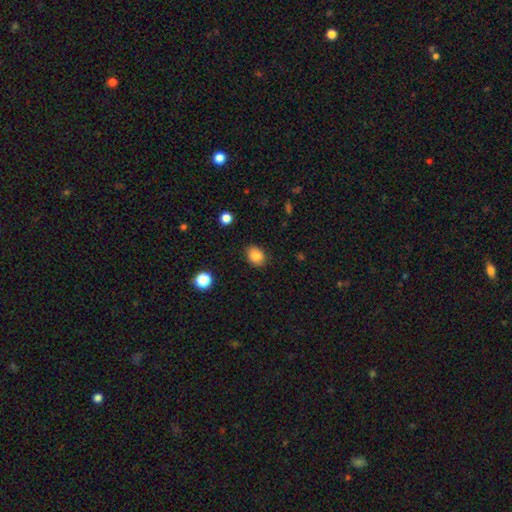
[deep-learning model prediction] smooth-or-featured: smooth: 84% | star or artifact: 10% | featured or disk: 6%
  how-rounded: in between: 61% | round: 38% | cigar-shaped: 1%
  merging: none: 86% | minor disturbance: 10% | major disturbance: 2% | merger: 1%